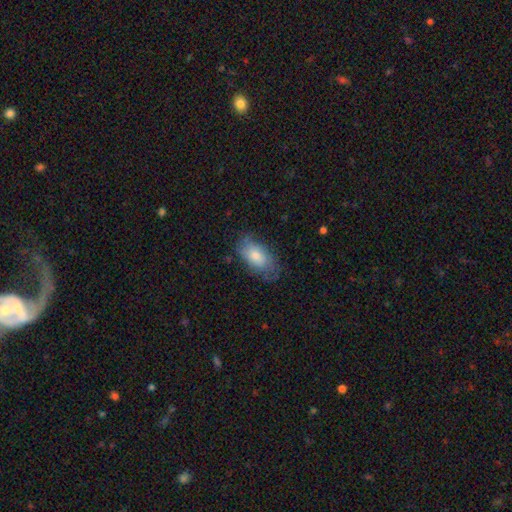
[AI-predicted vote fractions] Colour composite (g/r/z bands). It shows a smooth galaxy with no disk features (74%) that is in between round and cigar-shaped (92%). Merging: none (62%).